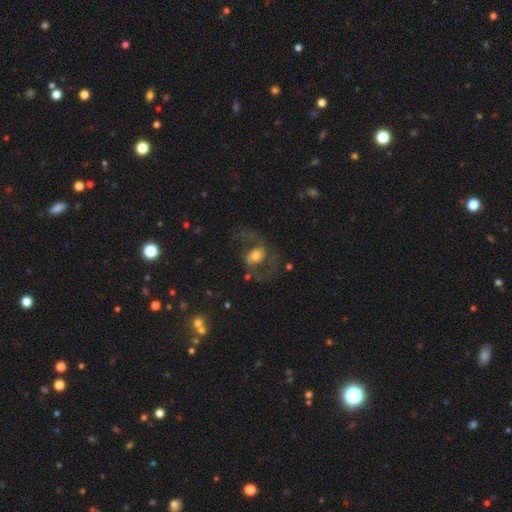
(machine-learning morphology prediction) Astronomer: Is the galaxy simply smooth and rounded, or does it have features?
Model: featured or disk — 63%.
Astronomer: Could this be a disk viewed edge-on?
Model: no — 96%.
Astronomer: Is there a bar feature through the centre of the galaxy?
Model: no — 54% (runner-up: weak, 31%).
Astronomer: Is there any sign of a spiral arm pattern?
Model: yes — 75%.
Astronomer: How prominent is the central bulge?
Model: moderate — 59%.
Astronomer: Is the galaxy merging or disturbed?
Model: none — 56%.